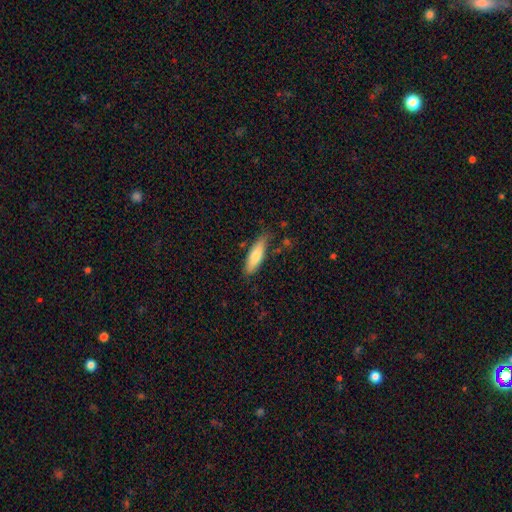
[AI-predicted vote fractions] Smooth or featured: smooth — 76% (featured or disk — 18%)
How rounded: cigar-shaped — 59% (in between — 39%)
Merging: none — 77% (minor disturbance — 17%)